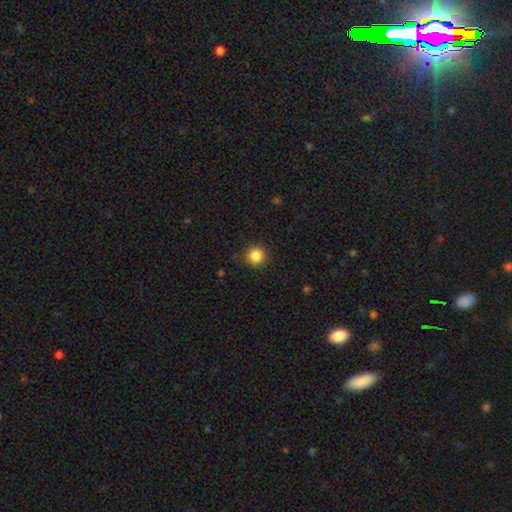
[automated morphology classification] Smooth or featured? Predicted: smooth (p=0.86). How rounded? Predicted: round (p=0.94). Merging? Predicted: none (p=0.90).